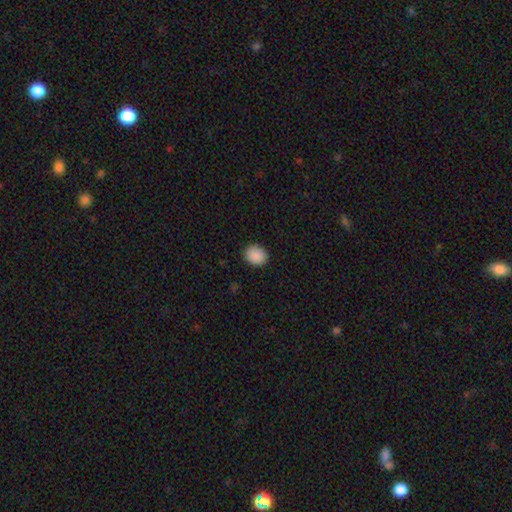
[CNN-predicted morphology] Smooth or featured? smooth (89%)
How rounded? round (62%)
Merging? none (89%)